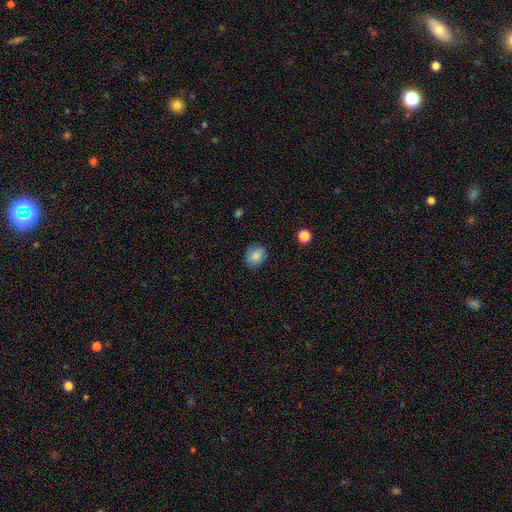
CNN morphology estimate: Smooth or featured?
  - smooth: 76% *
  - featured or disk: 15%
  - star or artifact: 9%
How rounded?
  - round: 62% *
  - in between: 37%
  - cigar-shaped: 1%
Merging?
  - none: 78% *
  - minor disturbance: 17%
  - major disturbance: 4%
  - merger: 1%